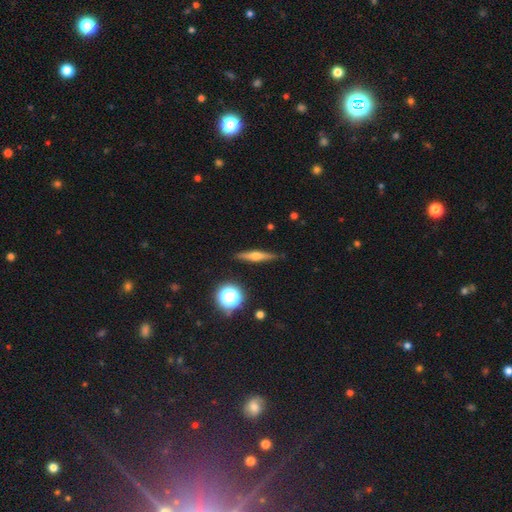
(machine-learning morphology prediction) A featured or disk galaxy (56%) viewed edge-on (96%) with a rounded central bulge (84%). Merging: none (88%).